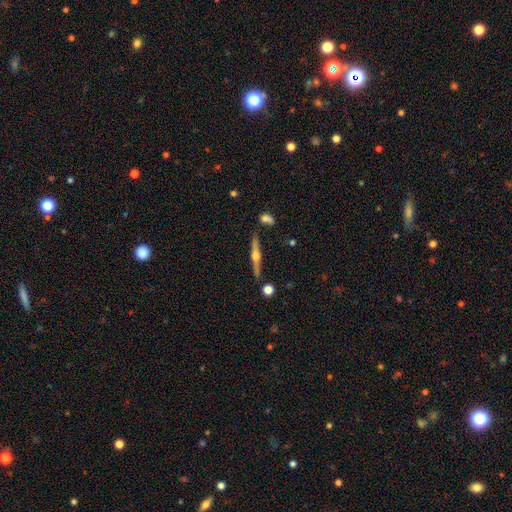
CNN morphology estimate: A featured or disk galaxy (78%) viewed edge-on (98%) with a rounded central bulge (94%).

Vote fractions:
- Smooth or featured? featured or disk: 78% / smooth: 16% / star or artifact: 6%
- Edge-on disk? yes: 98% / no: 2%
- Edge-on bulge? rounded: 94% / boxy: 3% / none: 3%
- Merging? none: 86% / minor disturbance: 8% / merger: 4% / major disturbance: 2%